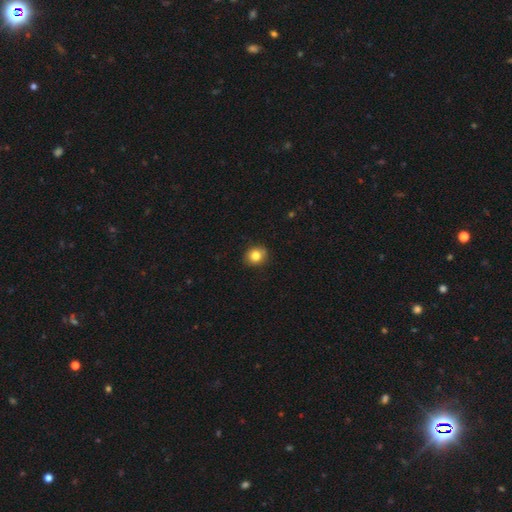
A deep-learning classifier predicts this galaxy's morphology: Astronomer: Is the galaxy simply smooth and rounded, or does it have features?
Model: smooth — 82%.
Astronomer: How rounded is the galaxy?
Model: round — 79%.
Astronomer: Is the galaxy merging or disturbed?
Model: none — 86%.